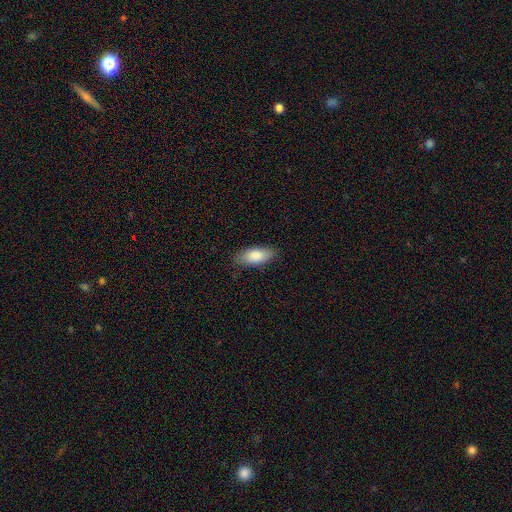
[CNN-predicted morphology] A smooth galaxy with no disk features (85%) that is in between round and cigar-shaped (86%). Merging: none (81%).